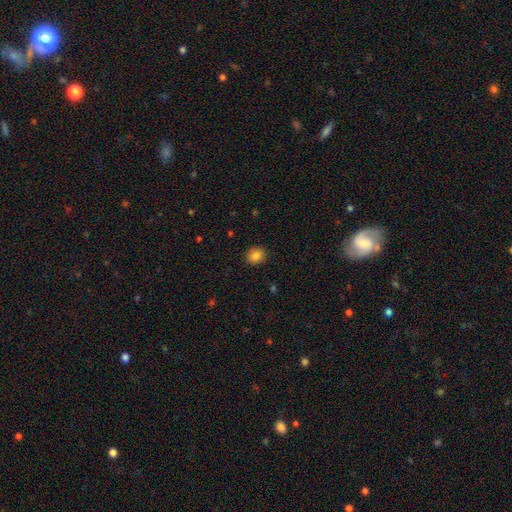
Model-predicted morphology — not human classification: Smooth or featured? smooth (84%)
How rounded? round (73%)
Merging? none (89%)